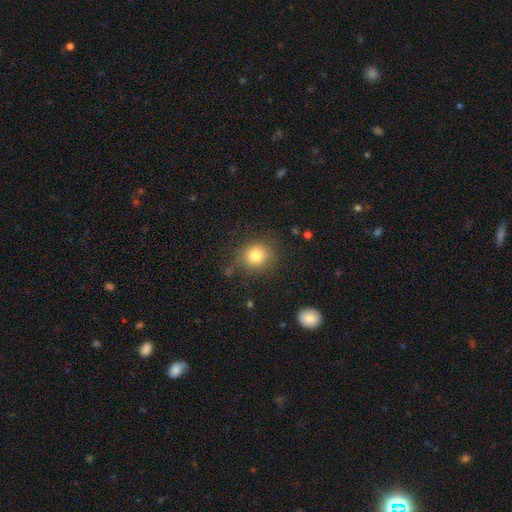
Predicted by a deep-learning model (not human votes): The model was most divided on "merging": none: 80%, minor disturbance: 13%, major disturbance: 4%, merger: 2%. More confident: how rounded — round (86%); smooth or featured — smooth (82%).